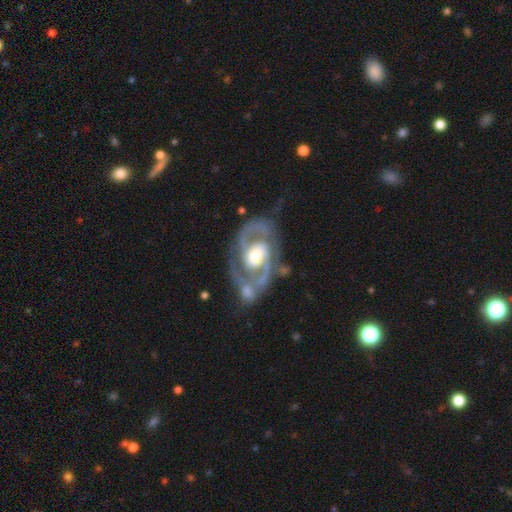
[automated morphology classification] A featured or disk galaxy (91%) with no bar (51%), 2 (89%) medium (54%) spiral arms (96%) and a moderate central bulge (67%).

Vote fractions:
- Smooth or featured? featured or disk: 91% / smooth: 5% / star or artifact: 4%
- Edge-on disk? no: 97% / yes: 3%
- Bar? no: 51% / weak: 32% / strong: 17%
- Spiral arms? yes: 96% / no: 4%
- Spiral winding? medium: 54% / tight: 32% / loose: 14%
- Spiral arm count? 2: 89% / can't tell: 3% / 3: 2% / 1: 2% / 4: 1% / more than 4: 1%
- Bulge size? moderate: 67% / large: 17% / small: 13% / dominant: 1% / none: 1%
- Merging? none: 57% / minor disturbance: 19% / major disturbance: 12% / merger: 12%